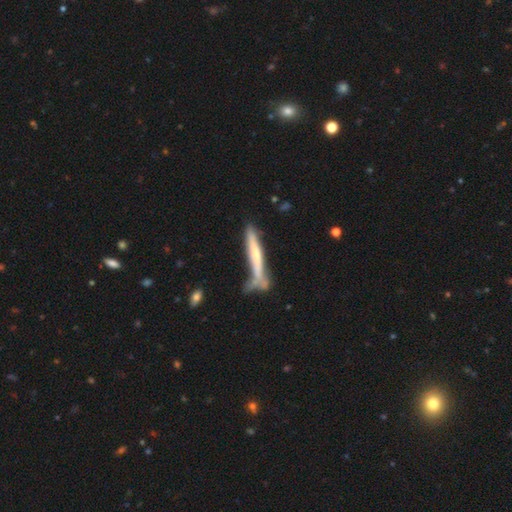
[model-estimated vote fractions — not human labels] The model was most divided on "smooth or featured": featured or disk: 48%, smooth: 45%, star or artifact: 6%. More confident: merging — none (56%).